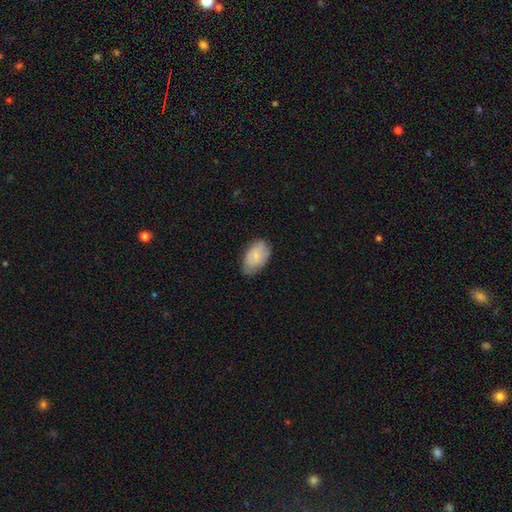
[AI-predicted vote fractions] smooth-or-featured: smooth: 79% | featured or disk: 15% | star or artifact: 6%
  how-rounded: in between: 93% | round: 6% | cigar-shaped: 1%
  merging: none: 69% | minor disturbance: 26% | major disturbance: 4% | merger: 1%